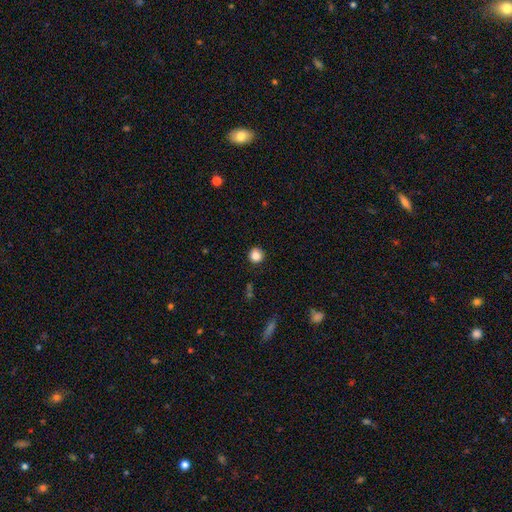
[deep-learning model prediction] Smooth or featured? smooth (85%)
How rounded? round (94%)
Merging? none (91%)